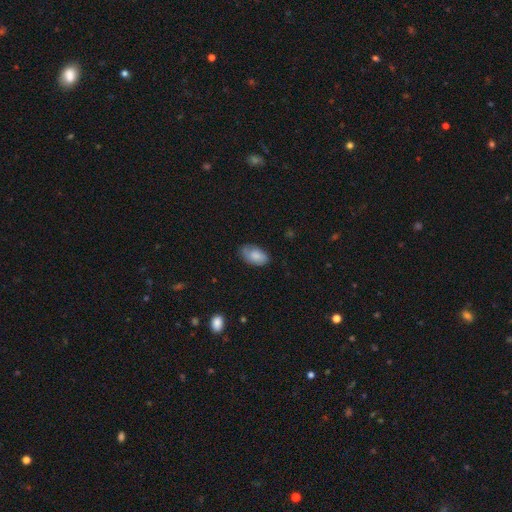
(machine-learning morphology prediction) type=smooth (79%); roundness=in between (93%); merging=none (66%).